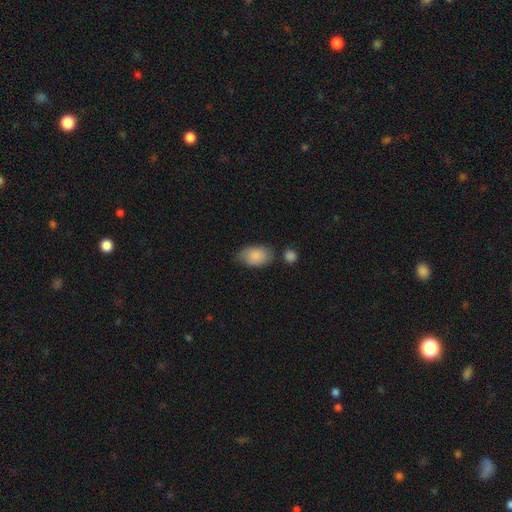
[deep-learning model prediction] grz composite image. It shows a smooth galaxy with no disk features (87%) that is in between round and cigar-shaped (90%). Merging: none (65%).